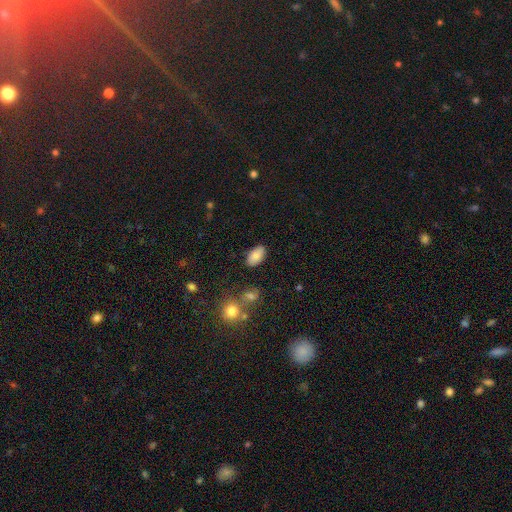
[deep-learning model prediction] This is clearly a smooth galaxy (83%). How rounded: clearly in between (94%). Merging: clearly none (84%).